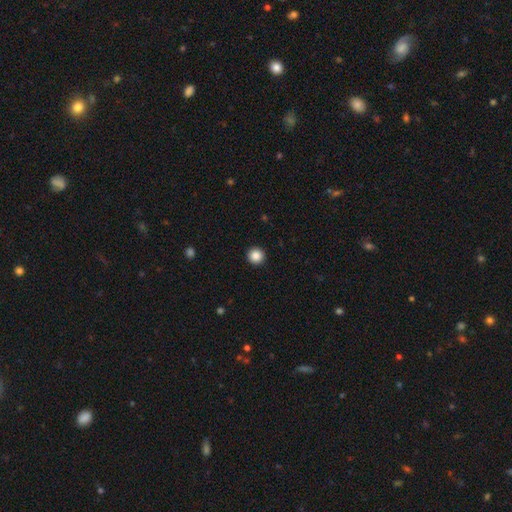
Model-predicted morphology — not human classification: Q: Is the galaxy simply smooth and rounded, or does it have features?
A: smooth — 88%.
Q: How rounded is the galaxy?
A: round — 96%.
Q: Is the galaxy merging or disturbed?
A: none — 93%.